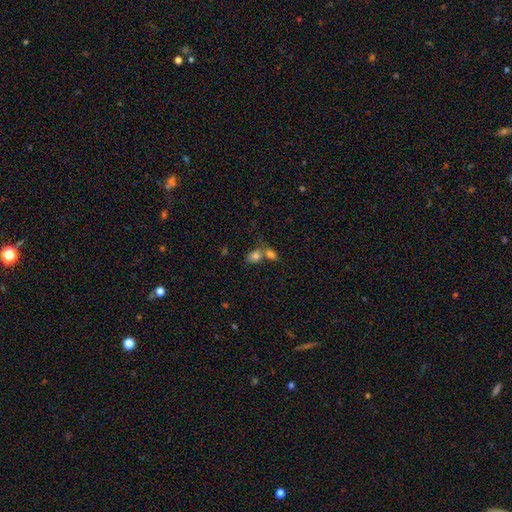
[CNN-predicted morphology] Q: Smooth or featured?
A: smooth (80%); runner-up: star or artifact (10%)
Q: How rounded?
A: in between (75%); runner-up: round (23%)
Q: Merging?
A: merger (53%); runner-up: none (31%)